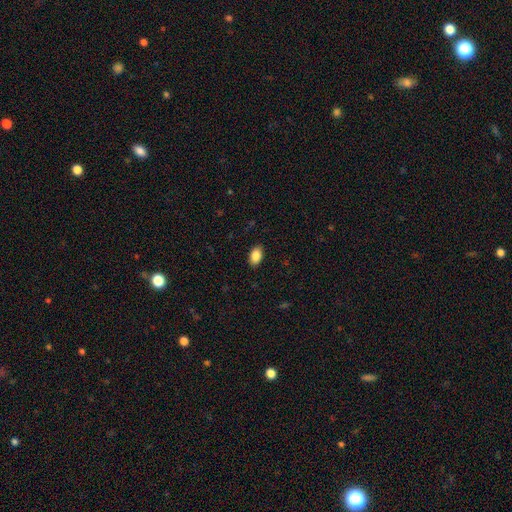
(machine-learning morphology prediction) type=smooth (87%); roundness=in between (91%); merging=none (88%).